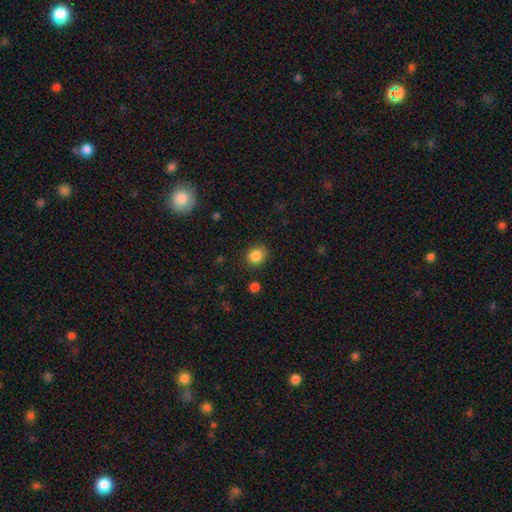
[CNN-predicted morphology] A smooth galaxy with no disk features (86%) that is round (64%). Merging: none (82%).